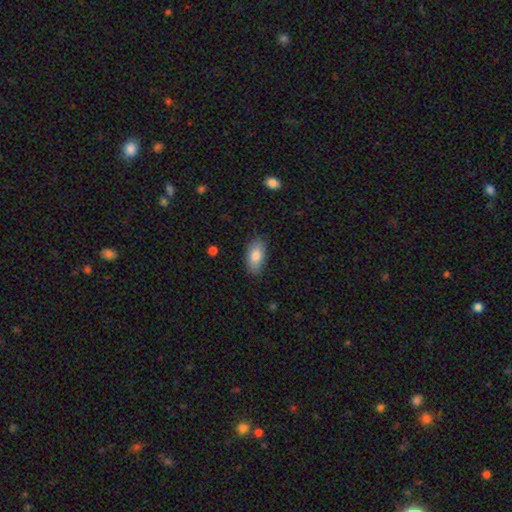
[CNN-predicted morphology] Q: Smooth or featured?
A: smooth (83%); runner-up: featured or disk (10%)
Q: How rounded?
A: in between (91%); runner-up: cigar-shaped (5%)
Q: Merging?
A: none (84%); runner-up: minor disturbance (13%)